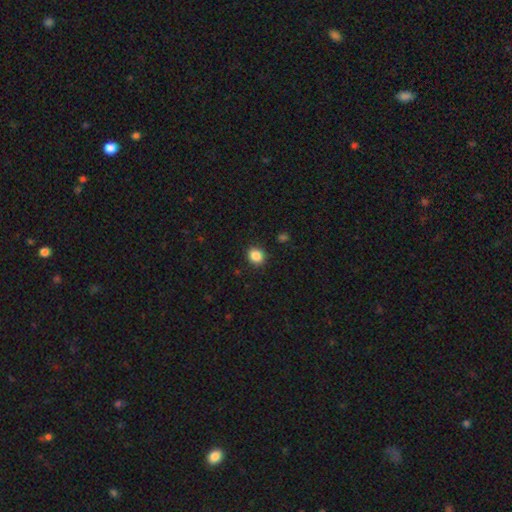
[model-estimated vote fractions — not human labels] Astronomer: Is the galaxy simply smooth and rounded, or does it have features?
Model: smooth — 87%.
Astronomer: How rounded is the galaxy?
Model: round — 73%.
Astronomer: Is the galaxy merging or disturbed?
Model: none — 89%.